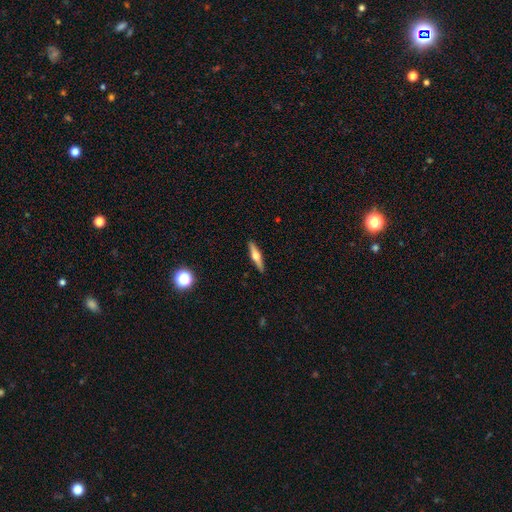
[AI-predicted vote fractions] This appears to be a featured or disk galaxy (59%) viewed edge-on (96%) with a rounded central bulge (93%). Merging: none (91%).